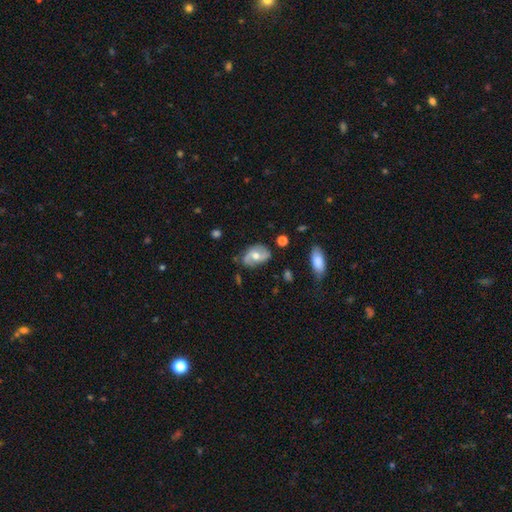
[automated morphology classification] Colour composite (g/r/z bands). It shows a featured or disk galaxy (61%) with no bar (56%), spiral arms (81%) and a moderate central bulge (71%). Merging: none (66%).